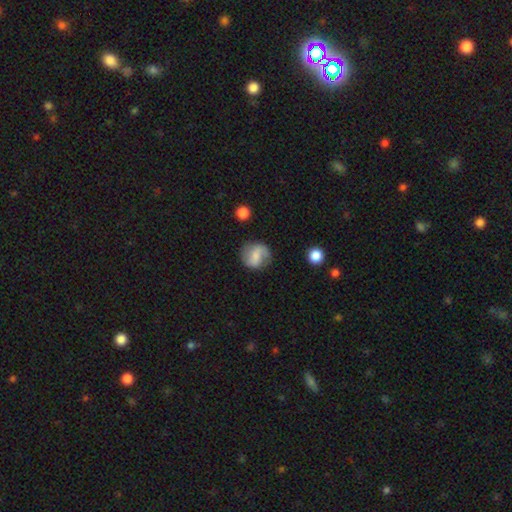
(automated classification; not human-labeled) Morphology: type=featured or disk (51%); edge-on=no (97%); merging=none (72%).